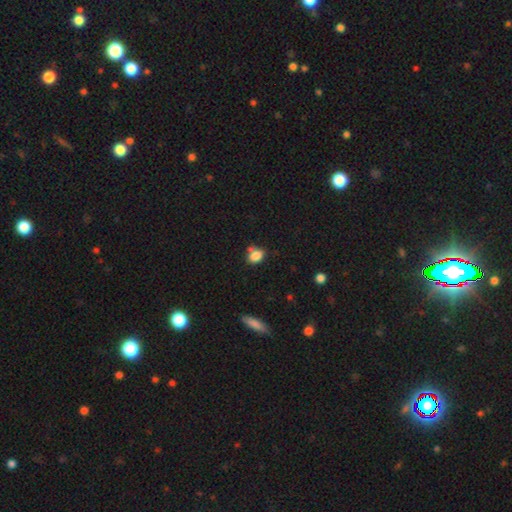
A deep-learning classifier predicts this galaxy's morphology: Q: Smooth or featured?
A: smooth (82%); runner-up: star or artifact (10%)
Q: How rounded?
A: in between (70%); runner-up: round (28%)
Q: Merging?
A: none (53%); runner-up: minor disturbance (22%)